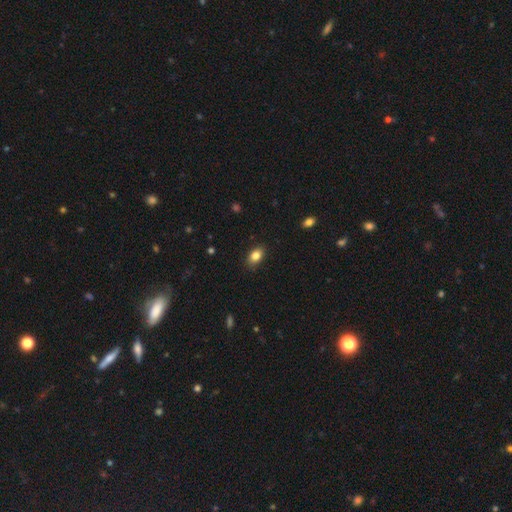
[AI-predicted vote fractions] Smooth or featured: smooth — 84% (star or artifact — 9%)
How rounded: in between — 86% (round — 12%)
Merging: none — 85% (minor disturbance — 12%)